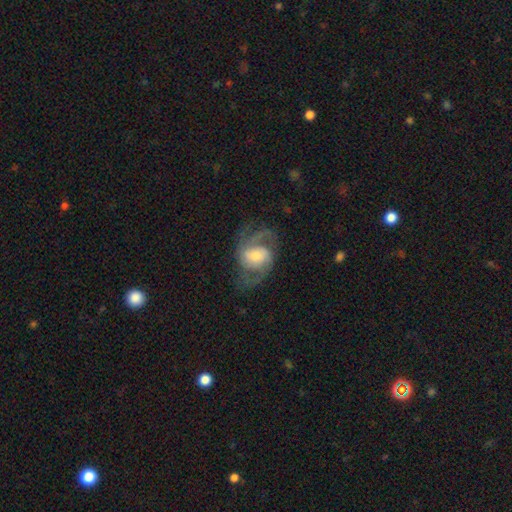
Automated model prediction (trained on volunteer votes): Overall: featured or disk (84%). Edge-on disk: no (98%). Bar: no (45%; weak 42%). Spiral arms: yes (96%). Spiral arm count: 2 (64%). Spiral winding: medium (55%; loose 27%). Bulge size: moderate (46%; small 30%). Merging: none (65%).